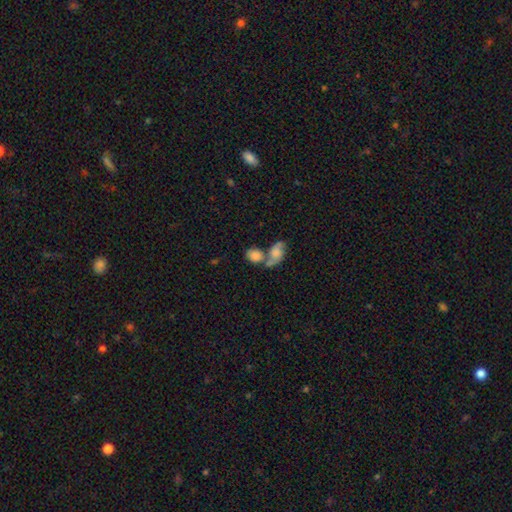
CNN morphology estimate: Smooth or featured: smooth — 74% (featured or disk — 18%)
How rounded: in between — 55% (round — 42%)
Merging: merger — 59% (none — 26%)